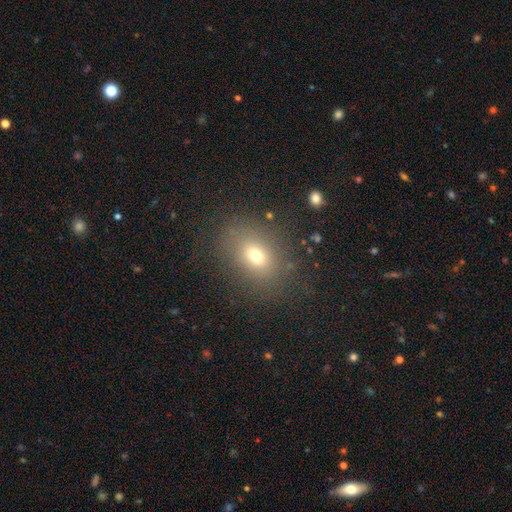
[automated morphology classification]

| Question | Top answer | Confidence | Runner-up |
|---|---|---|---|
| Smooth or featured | smooth | 69% | star or artifact (17%) |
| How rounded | in between | 65% | round (34%) |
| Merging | none | 79% | minor disturbance (12%) |